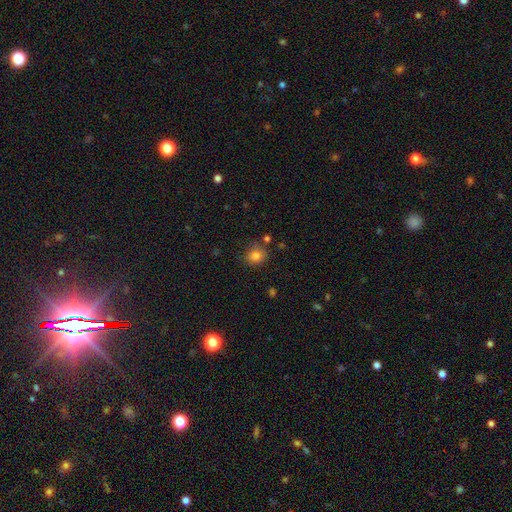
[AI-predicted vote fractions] Smooth or featured: smooth — 82% (star or artifact — 12%)
How rounded: round — 78% (in between — 21%)
Merging: none — 74% (minor disturbance — 16%)